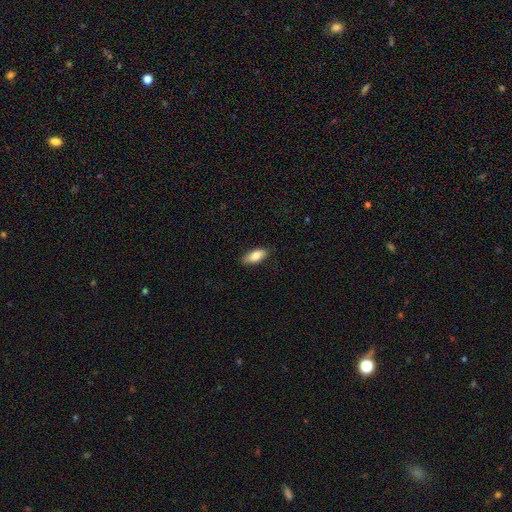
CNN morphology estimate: Smooth or featured?
  - smooth: 84% *
  - featured or disk: 10%
  - star or artifact: 6%
How rounded?
  - in between: 84% *
  - cigar-shaped: 14%
  - round: 2%
Merging?
  - none: 84% *
  - minor disturbance: 12%
  - major disturbance: 2%
  - merger: 1%